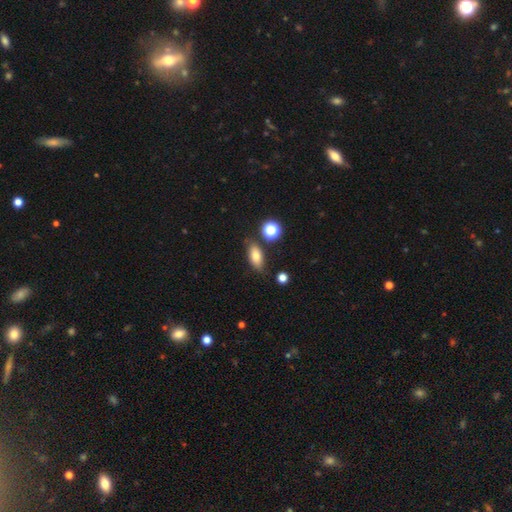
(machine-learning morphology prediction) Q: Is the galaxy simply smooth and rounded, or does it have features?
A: smooth — 77%.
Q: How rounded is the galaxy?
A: in between — 83%.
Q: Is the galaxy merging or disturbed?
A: none — 78%.